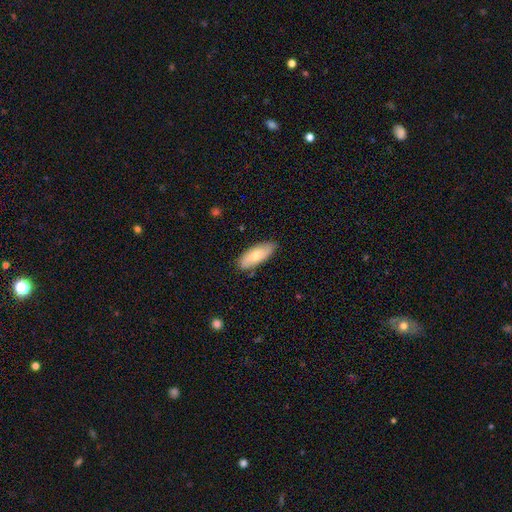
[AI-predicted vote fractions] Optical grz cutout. It shows a smooth galaxy with no disk features (73%) that is in between round and cigar-shaped (80%). Merging: none (82%).